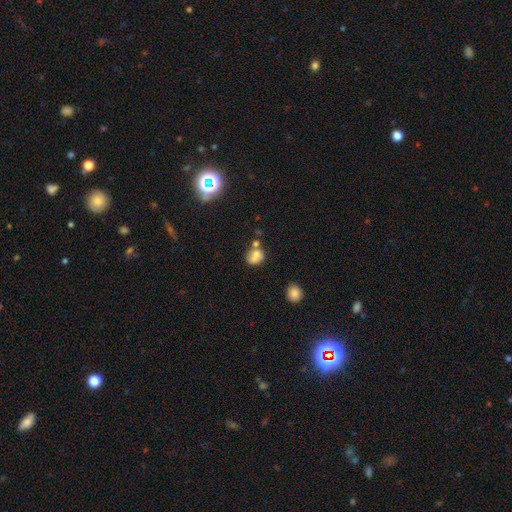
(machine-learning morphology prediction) Smooth or featured? smooth (68%)
How rounded? round (53%)
Merging? none (45%)